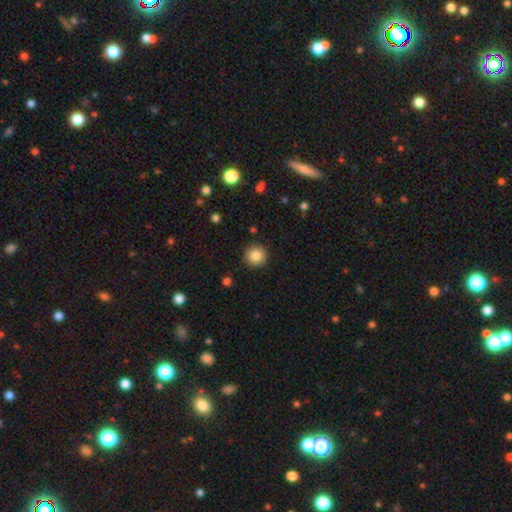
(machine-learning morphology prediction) A smooth galaxy with no disk features (85%) that is round (94%).

Vote fractions:
- Smooth or featured? smooth: 85% / star or artifact: 9% / featured or disk: 5%
- How rounded? round: 94% / in between: 5% / cigar-shaped: 1%
- Merging? none: 92% / minor disturbance: 6% / major disturbance: 2% / merger: 1%